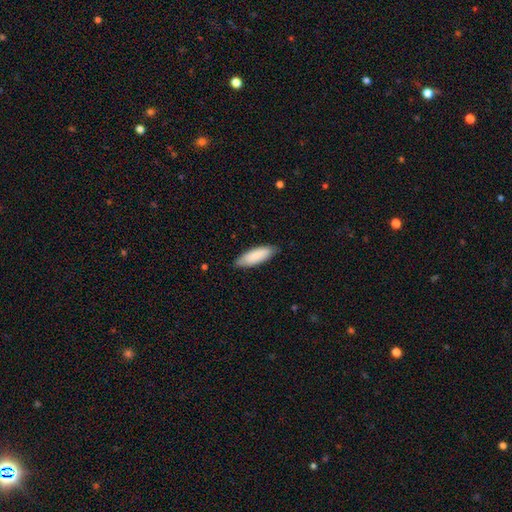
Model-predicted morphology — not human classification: Smooth or featured?
  - smooth: 87% *
  - featured or disk: 8%
  - star or artifact: 5%
How rounded?
  - in between: 62% *
  - cigar-shaped: 37%
  - round: 1%
Merging?
  - none: 83% *
  - minor disturbance: 14%
  - major disturbance: 2%
  - merger: 1%